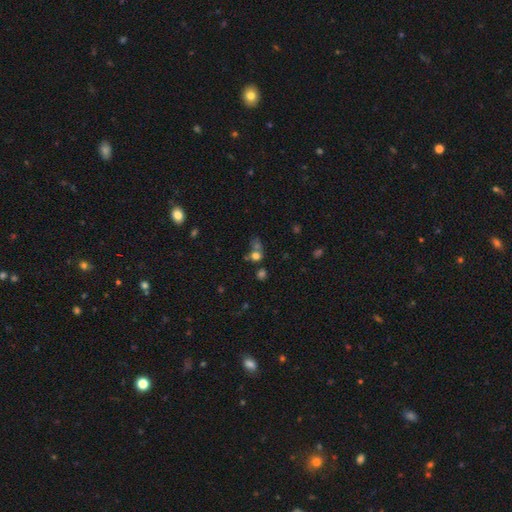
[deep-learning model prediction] A smooth galaxy with no disk features (67%) that is round (72%).

Vote fractions:
- Smooth or featured? smooth: 67% / star or artifact: 21% / featured or disk: 12%
- How rounded? round: 72% / in between: 26% / cigar-shaped: 1%
- Merging? merger: 42% / none: 38% / minor disturbance: 11% / major disturbance: 9%